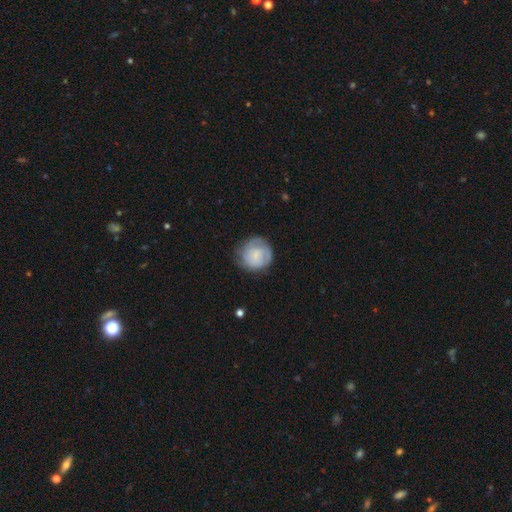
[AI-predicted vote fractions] This is possibly a smooth galaxy (49%). Merging: likely none (69%).